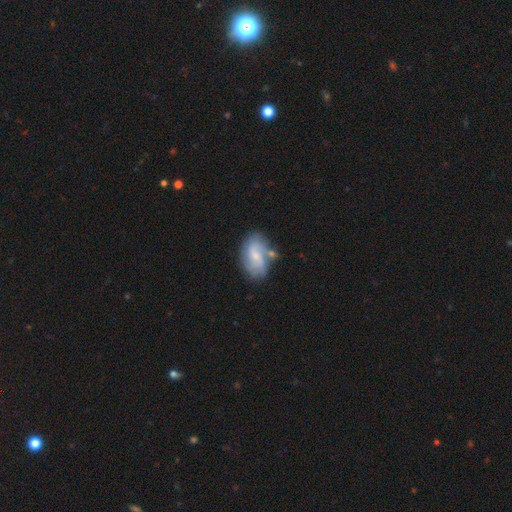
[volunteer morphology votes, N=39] This appears to be a featured or disk galaxy (59%) with no bar (48%), 2 (85%) medium (45%, tied with loose) spiral arms (87%) and a small central bulge (70%). Merging: none (65%).